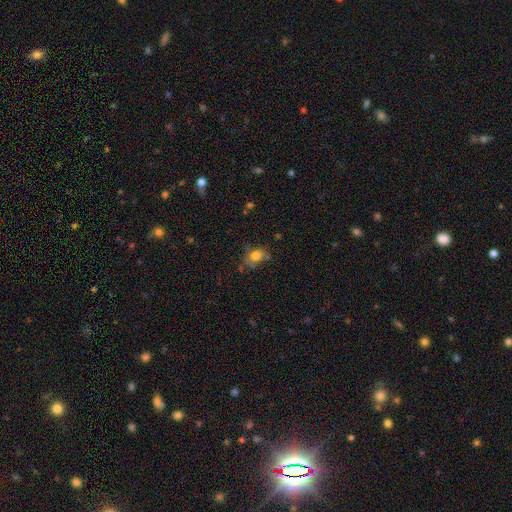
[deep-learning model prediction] The model was most divided on "how rounded": in between: 57%, round: 41%, cigar-shaped: 2%. More confident: smooth or featured — smooth (67%); merging — none (53%).